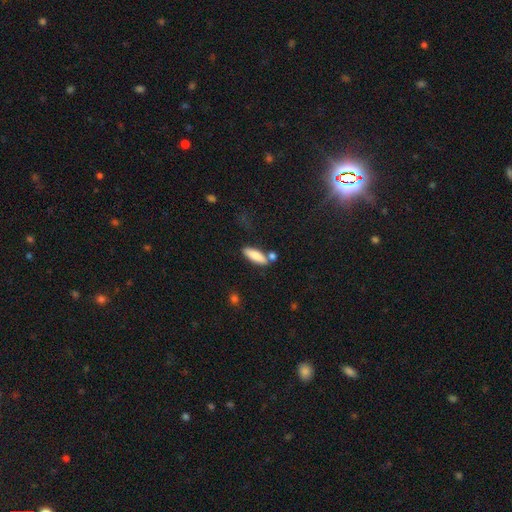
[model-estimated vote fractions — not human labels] smooth 83%, featured or disk 11%, star or artifact 6%. Down the decision tree: how rounded — in between (49%, tied with cigar-shaped); merging — none (70%).